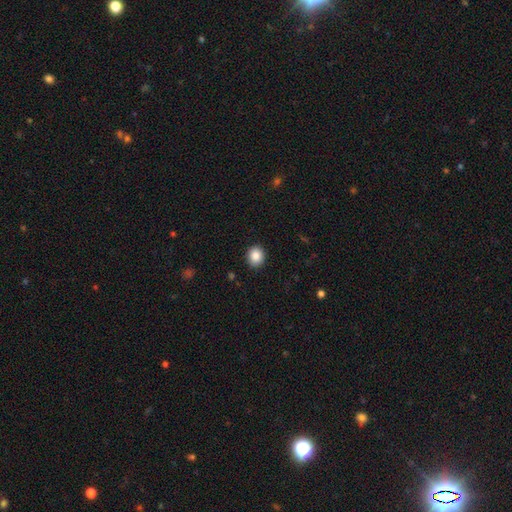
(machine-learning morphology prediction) Smooth or featured?
  - smooth: 87% *
  - star or artifact: 9%
  - featured or disk: 4%
How rounded?
  - round: 70% *
  - in between: 29%
  - cigar-shaped: 1%
Merging?
  - none: 91% *
  - minor disturbance: 7%
  - major disturbance: 2%
  - merger: 1%